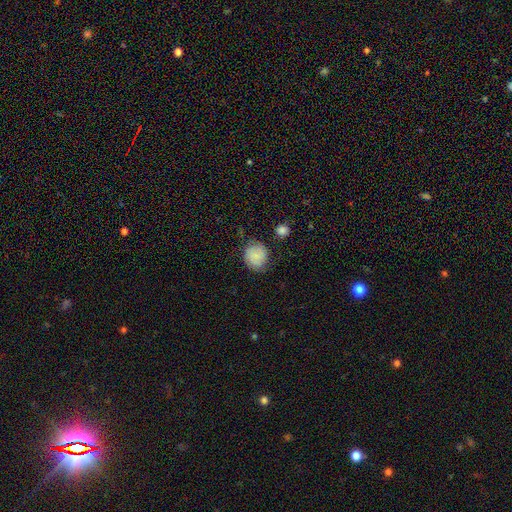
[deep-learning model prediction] Smooth or featured? smooth (79%)
How rounded? round (83%)
Merging? none (75%)